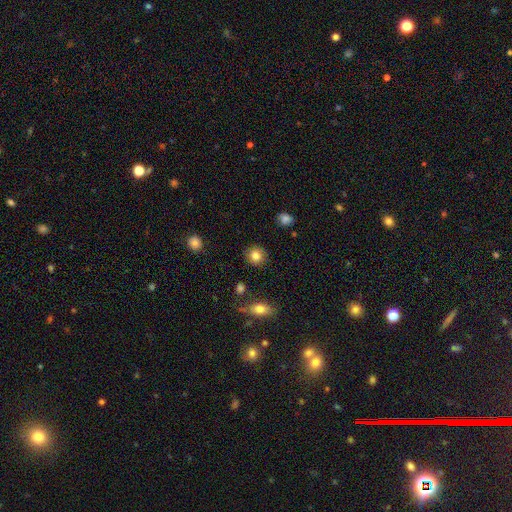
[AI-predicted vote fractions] Morphology: type=smooth (83%); roundness=round (89%); merging=none (89%).